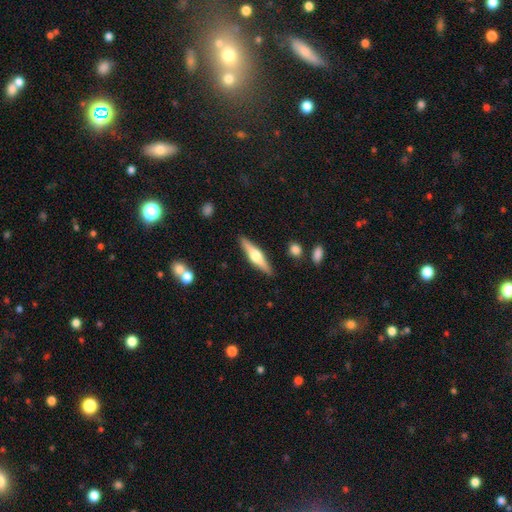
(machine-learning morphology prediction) This appears to be a featured or disk galaxy (63%) viewed edge-on (96%) with a rounded central bulge (93%). Merging: none (89%).